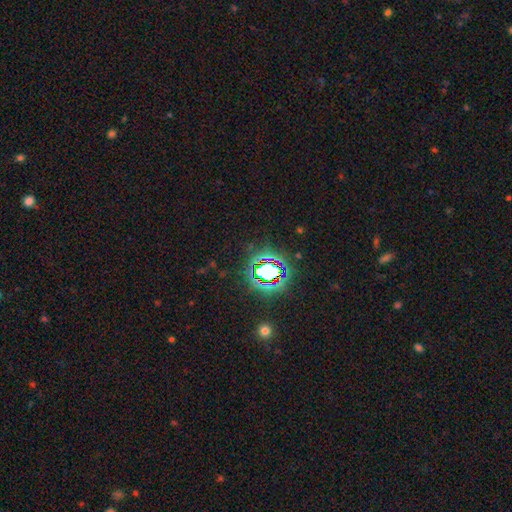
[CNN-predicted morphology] Q: Smooth or featured?
A: star or artifact (81%); runner-up: smooth (12%)